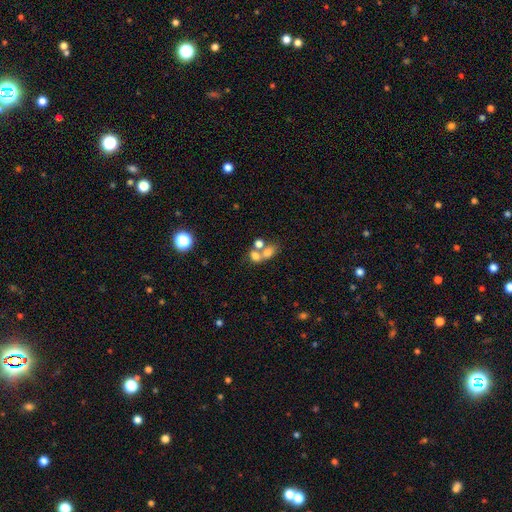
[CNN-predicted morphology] Q: Smooth or featured?
A: smooth (67%); runner-up: featured or disk (19%)
Q: How rounded?
A: in between (56%); runner-up: round (43%)
Q: Merging?
A: merger (60%); runner-up: none (27%)